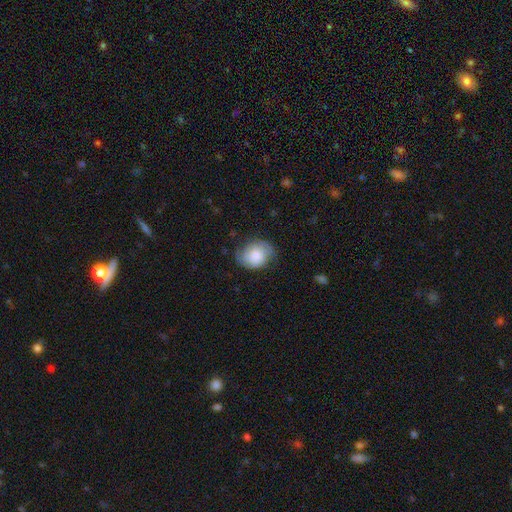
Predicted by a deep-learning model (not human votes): Smooth or featured?
  - smooth: 56% *
  - featured or disk: 36%
  - star or artifact: 8%
How rounded?
  - in between: 53% *
  - round: 46%
  - cigar-shaped: 1%
Merging?
  - none: 67% *
  - minor disturbance: 24%
  - major disturbance: 7%
  - merger: 1%